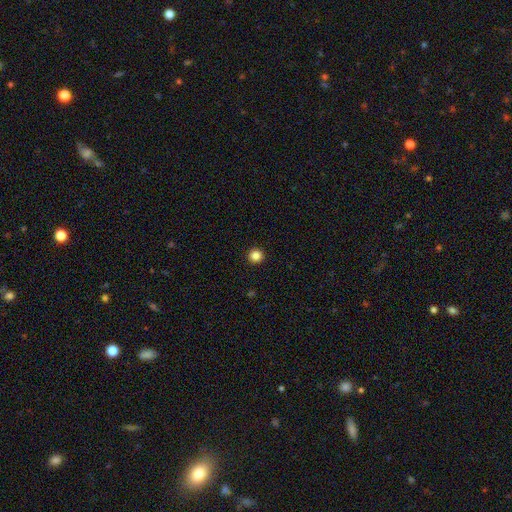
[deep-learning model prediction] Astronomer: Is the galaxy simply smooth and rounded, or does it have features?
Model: smooth — 85%.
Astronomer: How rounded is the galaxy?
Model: round — 96%.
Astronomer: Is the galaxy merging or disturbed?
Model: none — 94%.